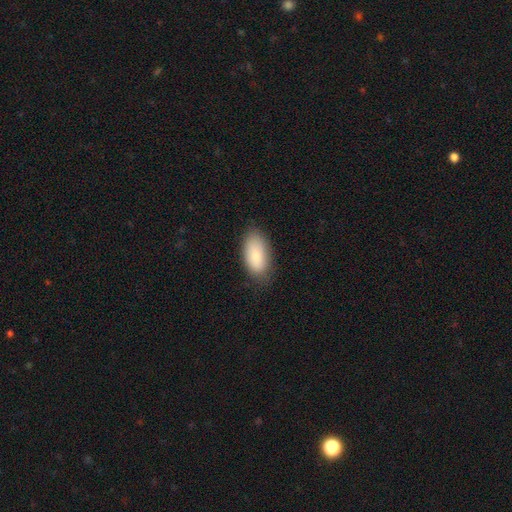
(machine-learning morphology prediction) A smooth galaxy with no disk features (83%) that is in between round and cigar-shaped (93%).

Vote fractions:
- Smooth or featured? smooth: 83% / featured or disk: 10% / star or artifact: 7%
- How rounded? in between: 93% / cigar-shaped: 4% / round: 3%
- Merging? none: 80% / minor disturbance: 16% / major disturbance: 3% / merger: 1%